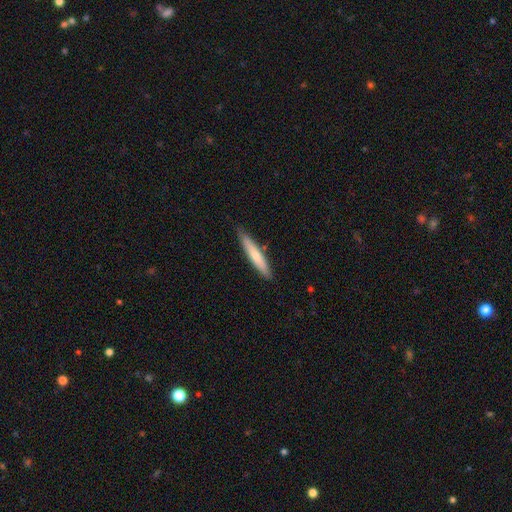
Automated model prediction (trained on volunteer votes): Morphology: type=smooth (64%); roundness=cigar-shaped (91%); merging=none (86%).